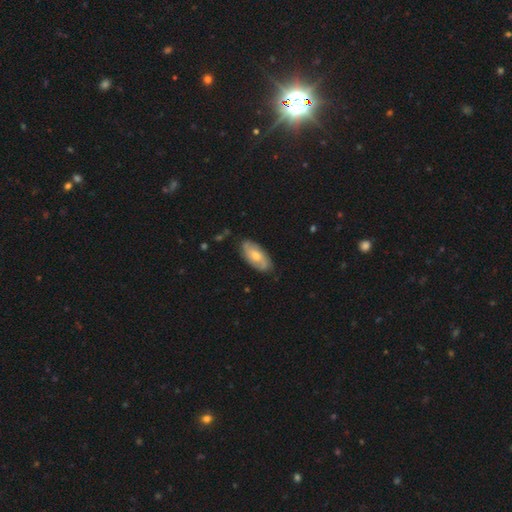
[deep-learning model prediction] featured or disk 51%, smooth 44%, star or artifact 6%. Down the decision tree: edge-on disk — no (90%); merging — none (80%).